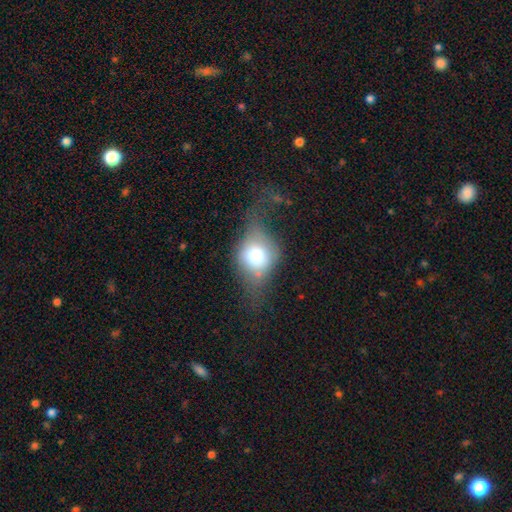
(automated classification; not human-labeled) A smooth galaxy with no disk features (53%) that is round (49%). Merging: none (36%).